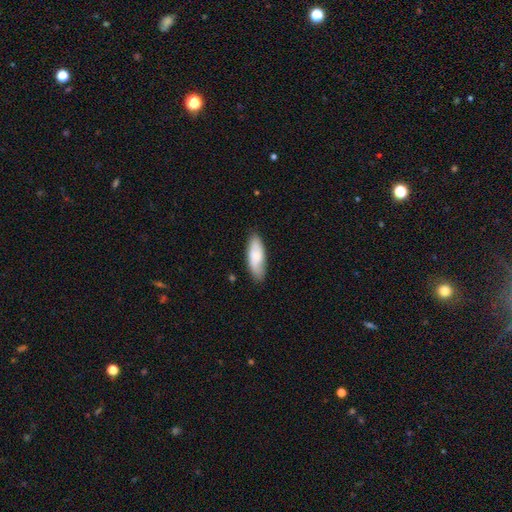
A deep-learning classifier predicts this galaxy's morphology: Smooth or featured: smooth — 72% (featured or disk — 23%)
How rounded: in between — 69% (cigar-shaped — 30%)
Merging: none — 80% (minor disturbance — 16%)